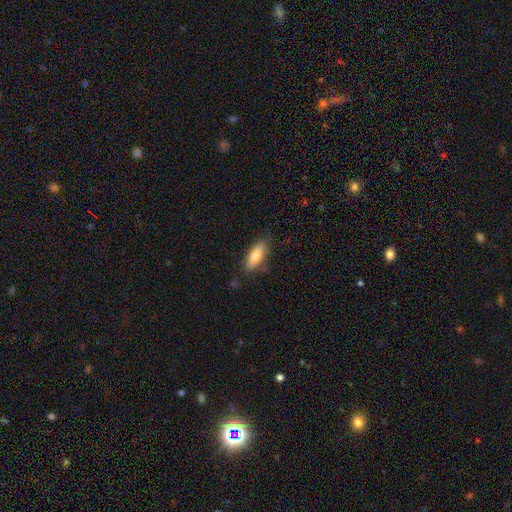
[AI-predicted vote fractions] The model was most divided on "how rounded": in between: 66%, cigar-shaped: 31%, round: 2%. More confident: merging — none (79%); smooth or featured — smooth (76%).